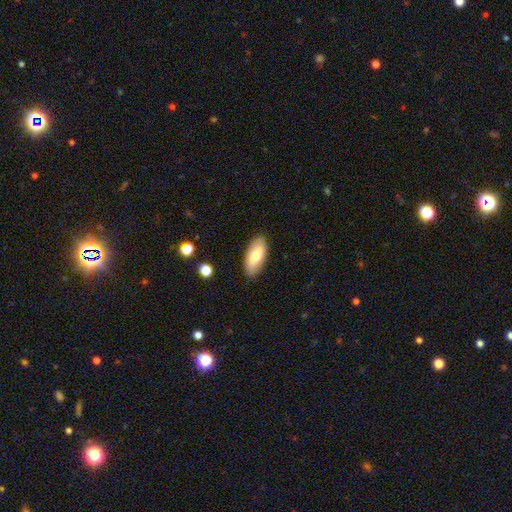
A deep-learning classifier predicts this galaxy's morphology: smooth 74%, featured or disk 20%, star or artifact 6%. Down the decision tree: how rounded — in between (89%); merging — none (87%).